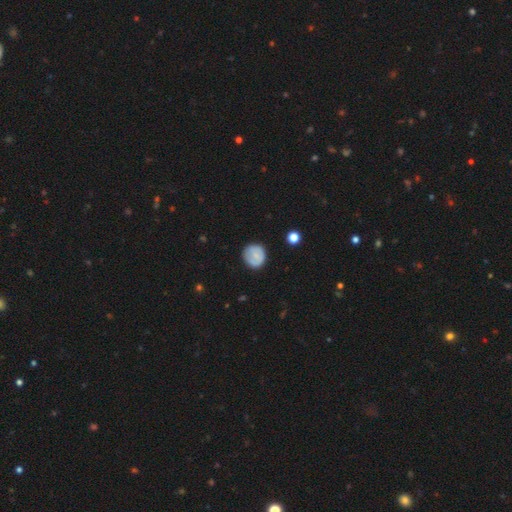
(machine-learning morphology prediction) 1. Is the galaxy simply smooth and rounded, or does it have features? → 71% smooth, 21% featured or disk, 8% star or artifact.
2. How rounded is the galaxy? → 86% round, 13% in between, 1% cigar-shaped.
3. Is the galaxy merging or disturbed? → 79% none, 16% minor disturbance, 4% major disturbance, 1% merger.